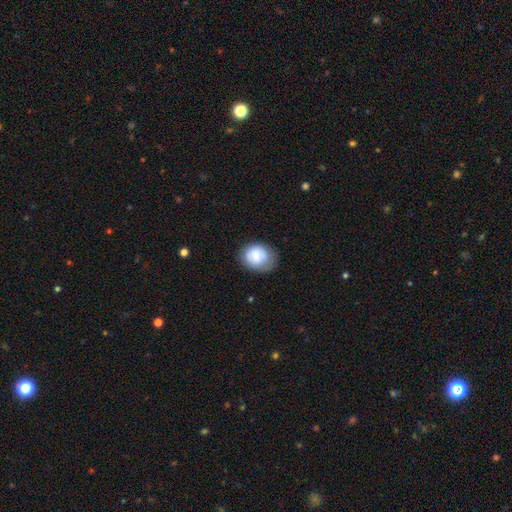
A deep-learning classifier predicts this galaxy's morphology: Smooth or featured: smooth — 72% (featured or disk — 20%)
How rounded: round — 55% (in between — 44%)
Merging: none — 67% (minor disturbance — 24%)